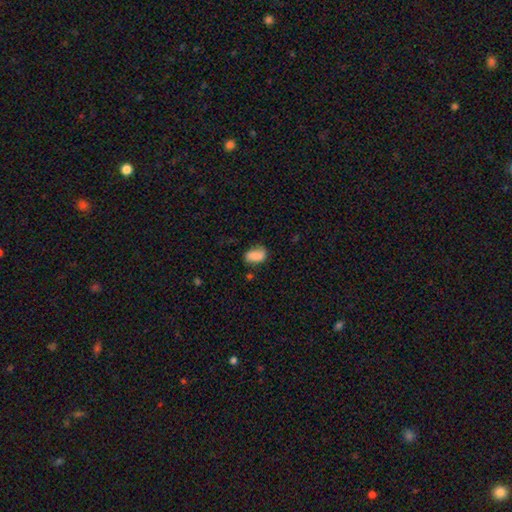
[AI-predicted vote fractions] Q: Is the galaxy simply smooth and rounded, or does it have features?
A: smooth — 81%.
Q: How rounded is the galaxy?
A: in between — 88%.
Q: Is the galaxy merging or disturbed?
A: none — 61%.